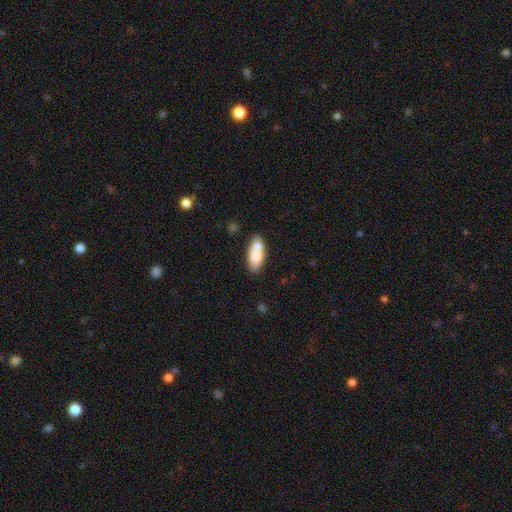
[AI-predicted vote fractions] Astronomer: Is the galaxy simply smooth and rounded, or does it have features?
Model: smooth — 75%.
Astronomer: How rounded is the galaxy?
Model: in between — 82%.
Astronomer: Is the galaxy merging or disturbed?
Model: none — 56%.